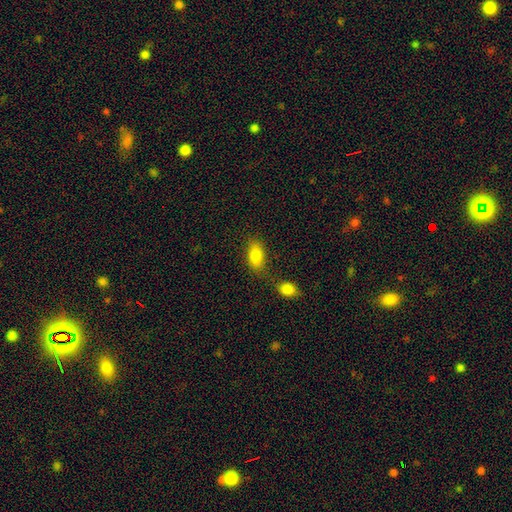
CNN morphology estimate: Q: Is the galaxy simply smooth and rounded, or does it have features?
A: smooth — 82%.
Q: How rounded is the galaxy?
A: in between — 88%.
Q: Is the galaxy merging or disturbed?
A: none — 64%.